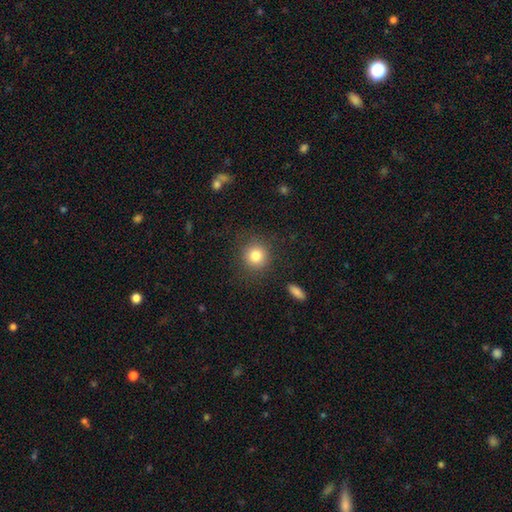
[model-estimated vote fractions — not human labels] smooth-or-featured: smooth: 82% | star or artifact: 10% | featured or disk: 7%
  how-rounded: round: 91% | in between: 8% | cigar-shaped: 1%
  merging: none: 85% | minor disturbance: 9% | major disturbance: 4% | merger: 2%